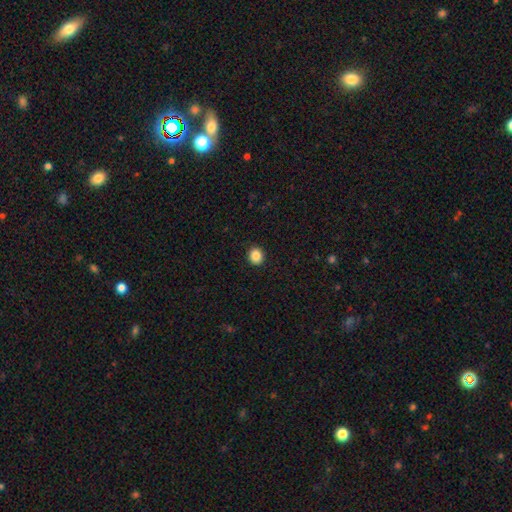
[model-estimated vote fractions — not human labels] smooth_or_featured: smooth (p=0.86) [alt: star or artifact p=0.10]
how_rounded: round (p=0.81) [alt: in between p=0.19]
merging: none (p=0.93) [alt: minor disturbance p=0.05]